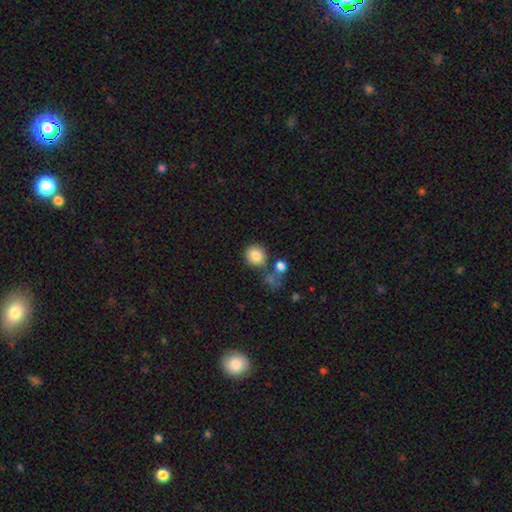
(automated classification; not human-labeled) Q: Smooth or featured?
A: smooth (83%); runner-up: star or artifact (10%)
Q: How rounded?
A: round (87%); runner-up: in between (12%)
Q: Merging?
A: none (68%); runner-up: merger (16%)